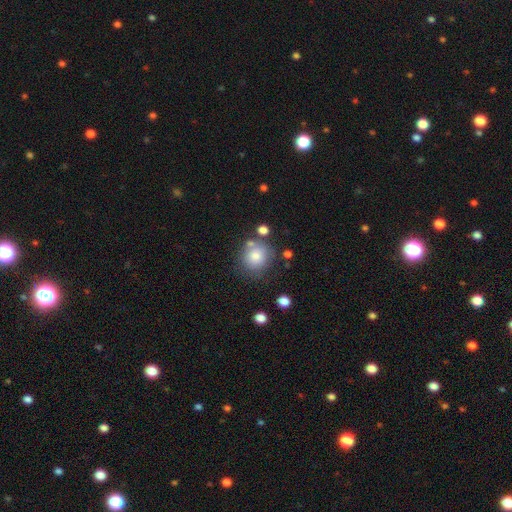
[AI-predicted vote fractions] This is likely a smooth galaxy (80%). How rounded: clearly round (83%). Merging: likely none (66%).